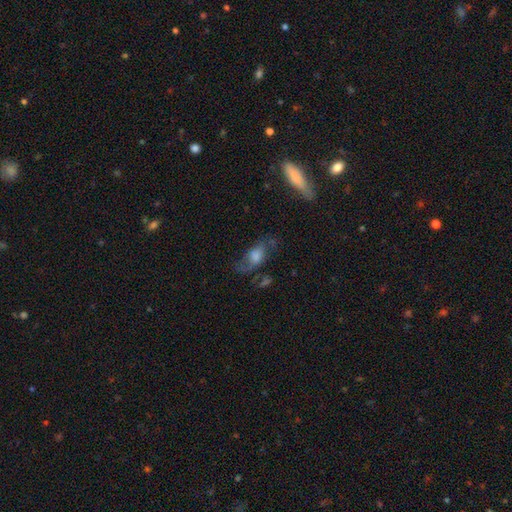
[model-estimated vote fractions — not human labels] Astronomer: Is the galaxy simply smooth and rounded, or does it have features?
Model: featured or disk — 52% (runner-up: smooth, 34%).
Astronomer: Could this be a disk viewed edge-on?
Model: no — 80%.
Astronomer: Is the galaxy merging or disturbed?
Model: none — 55%.